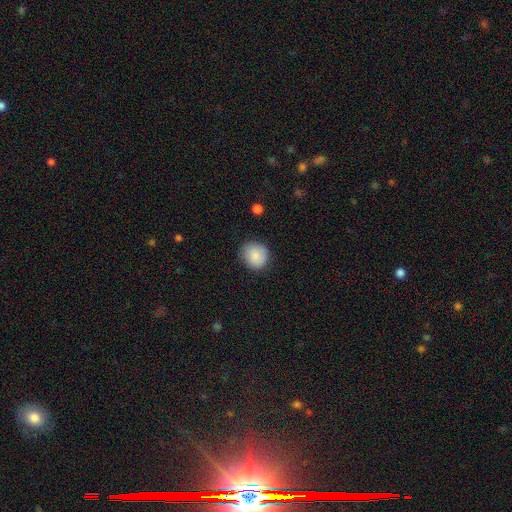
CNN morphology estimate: Smooth or featured: smooth — 86% (star or artifact — 8%)
How rounded: round — 87% (in between — 12%)
Merging: none — 84% (minor disturbance — 12%)